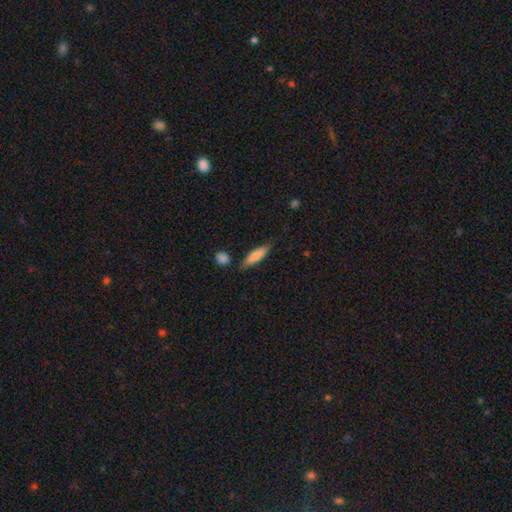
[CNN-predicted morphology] Smooth or featured?
  - smooth: 79% *
  - featured or disk: 16%
  - star or artifact: 6%
How rounded?
  - cigar-shaped: 70% *
  - in between: 28%
  - round: 2%
Merging?
  - none: 80% *
  - minor disturbance: 13%
  - merger: 4%
  - major disturbance: 3%